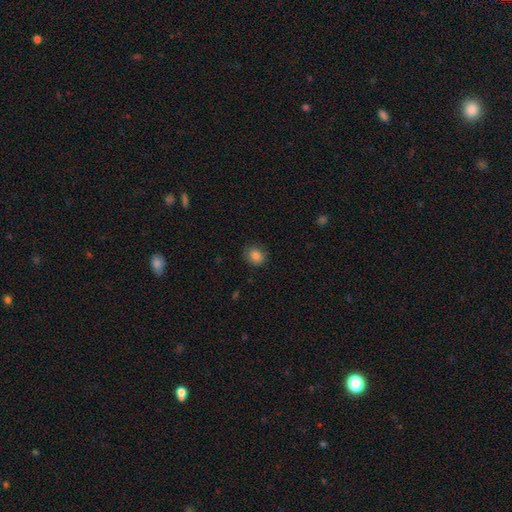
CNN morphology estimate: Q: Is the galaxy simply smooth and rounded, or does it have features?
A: smooth — 84%.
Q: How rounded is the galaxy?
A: round — 69%.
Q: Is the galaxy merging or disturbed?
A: none — 82%.